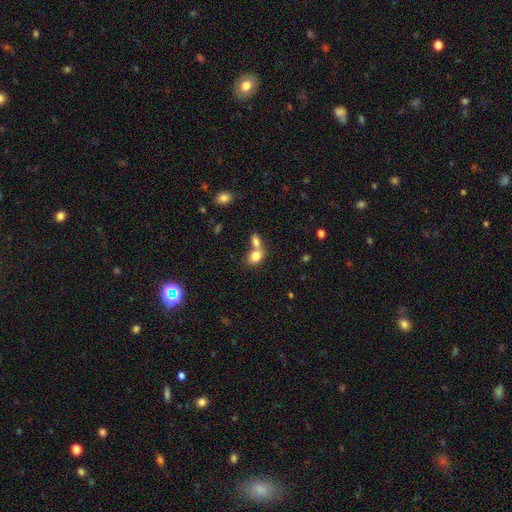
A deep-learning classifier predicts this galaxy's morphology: smooth 80%, featured or disk 10%, star or artifact 9%. Down the decision tree: how rounded — in between (66%); merging — merger (59%).